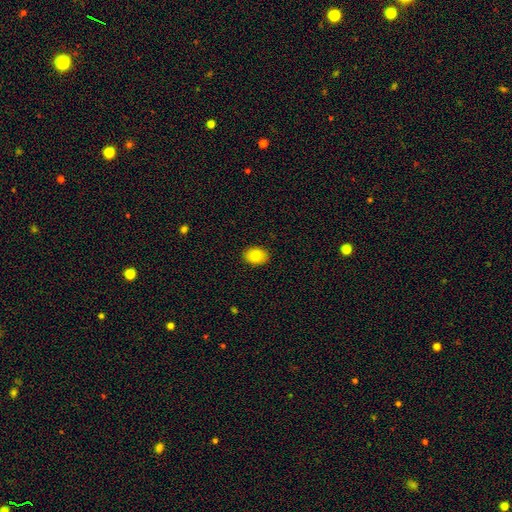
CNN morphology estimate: A smooth galaxy with no disk features (81%) that is in between round and cigar-shaped (73%).

Vote fractions:
- Smooth or featured? smooth: 81% / featured or disk: 10% / star or artifact: 8%
- How rounded? in between: 73% / round: 26% / cigar-shaped: 1%
- Merging? none: 90% / minor disturbance: 7% / major disturbance: 2% / merger: 1%